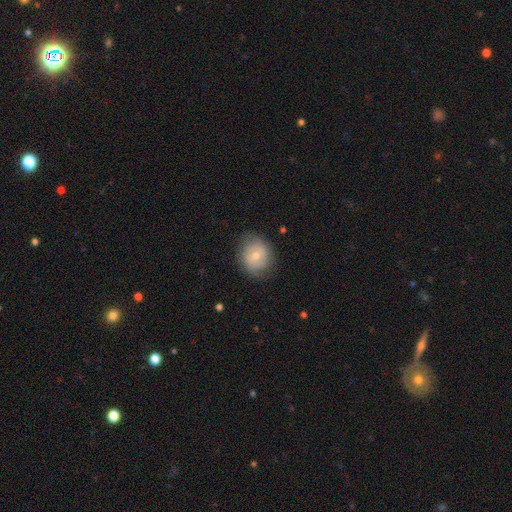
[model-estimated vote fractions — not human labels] A smooth galaxy with no disk features (50%). Merging: none (73%).